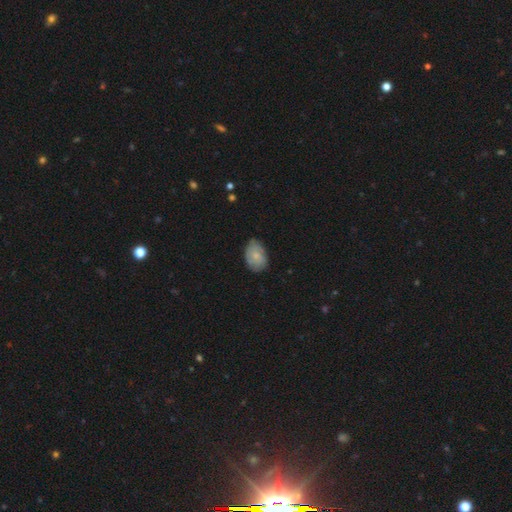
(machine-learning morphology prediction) Smooth or featured?
  - smooth: 57% *
  - featured or disk: 36%
  - star or artifact: 7%
How rounded?
  - in between: 82% *
  - round: 16%
  - cigar-shaped: 1%
Merging?
  - none: 70% *
  - minor disturbance: 24%
  - major disturbance: 4%
  - merger: 1%